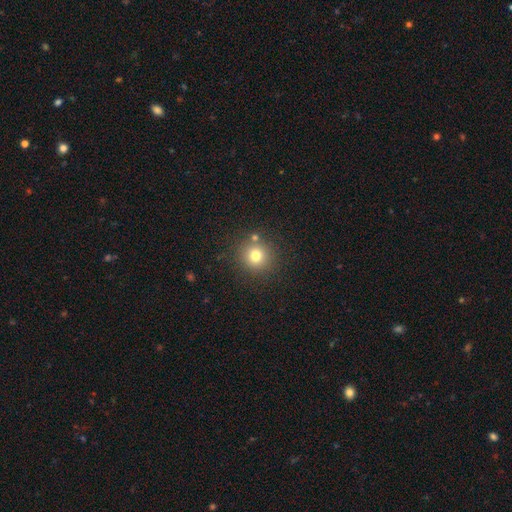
smooth-or-featured: smooth: 74% | featured or disk: 15% | star or artifact: 10%
  how-rounded: round: 100% | in between: 0% | cigar-shaped: 0%
  merging: none: 80% | merger: 9% | minor disturbance: 6% | major disturbance: 6%